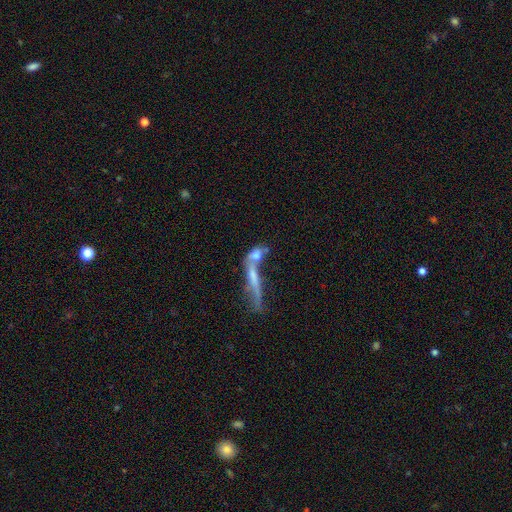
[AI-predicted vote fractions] Overall: featured or disk (45%; smooth 44%). Merging: merger (54%; none 21%).